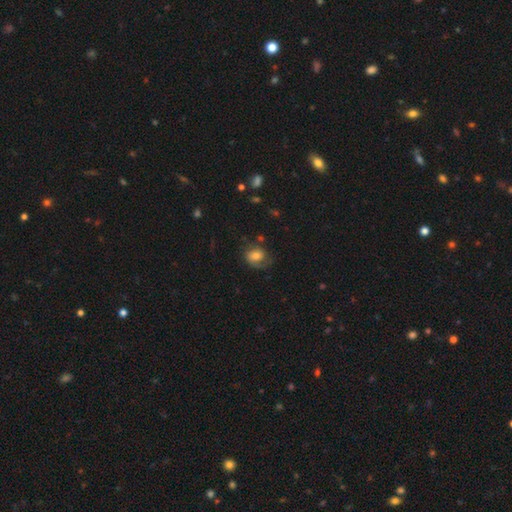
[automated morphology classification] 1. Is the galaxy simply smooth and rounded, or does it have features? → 50% smooth, 41% featured or disk, 9% star or artifact.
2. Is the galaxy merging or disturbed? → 50% none, 25% minor disturbance, 23% major disturbance, 3% merger.